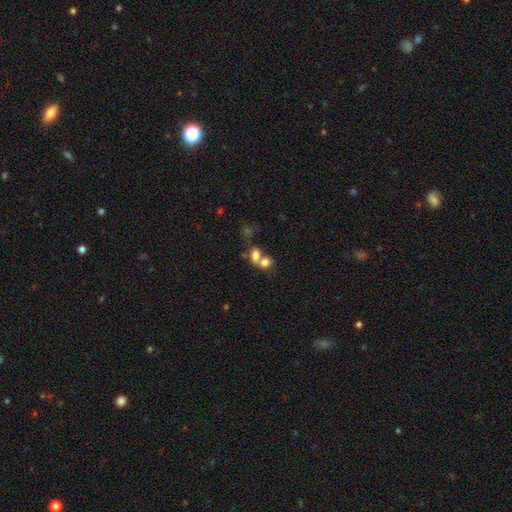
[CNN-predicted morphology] Smooth or featured?
  - smooth: 75% *
  - featured or disk: 14%
  - star or artifact: 11%
How rounded?
  - in between: 68% *
  - round: 31%
  - cigar-shaped: 2%
Merging?
  - merger: 64% *
  - none: 23%
  - minor disturbance: 7%
  - major disturbance: 5%